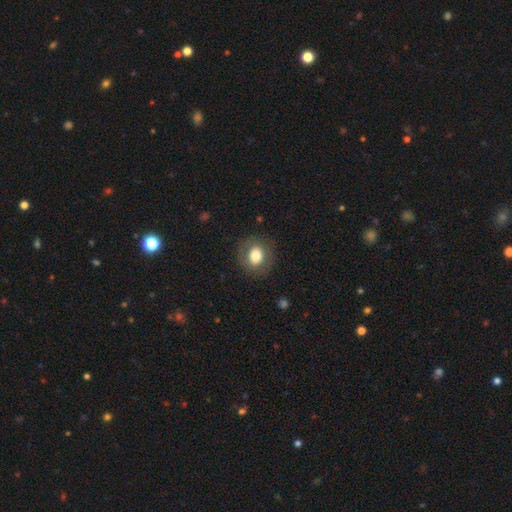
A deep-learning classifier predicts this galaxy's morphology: type=smooth (74%); roundness=round (68%); merging=none (85%).